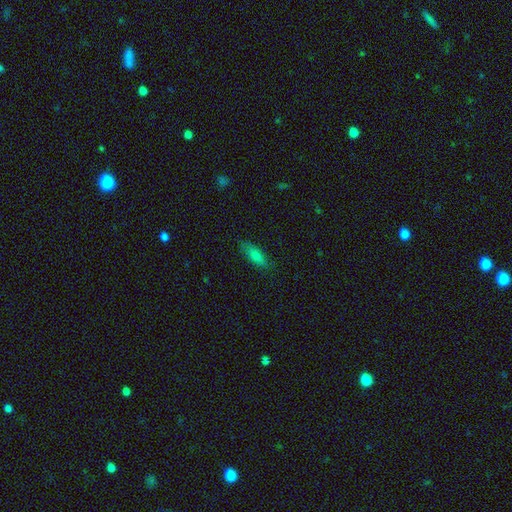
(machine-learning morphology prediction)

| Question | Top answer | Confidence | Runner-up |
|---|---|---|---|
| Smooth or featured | smooth | 72% | featured or disk (20%) |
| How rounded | in between | 59% | cigar-shaped (38%) |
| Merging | none | 83% | minor disturbance (14%) |